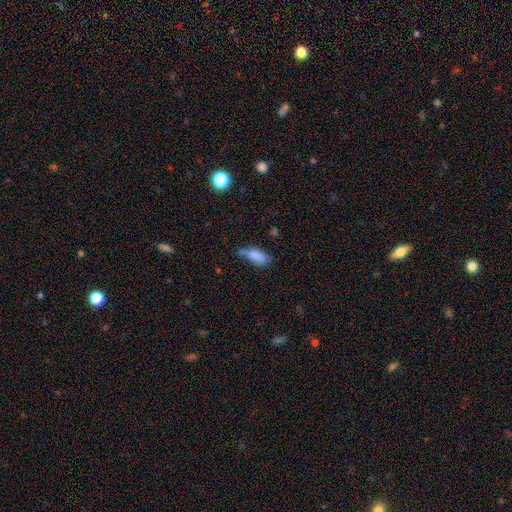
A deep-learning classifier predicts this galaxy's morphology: The model was most divided on "merging": none: 45%, minor disturbance: 32%, merger: 12%, major disturbance: 11%. More confident: smooth or featured — smooth (82%); how rounded — in between (82%).